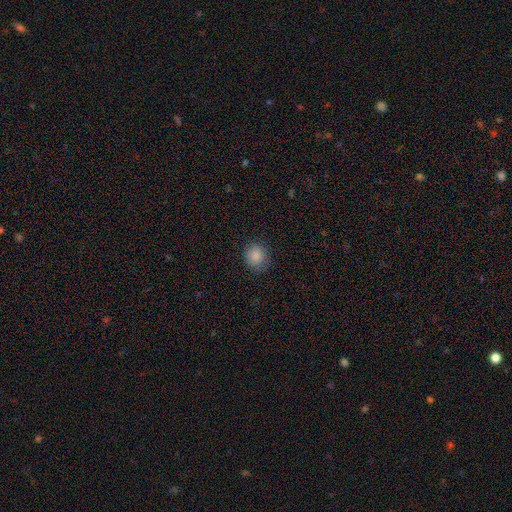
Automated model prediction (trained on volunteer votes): Smooth or featured: smooth — 87% (star or artifact — 9%)
How rounded: round — 79% (in between — 20%)
Merging: none — 84% (minor disturbance — 12%)